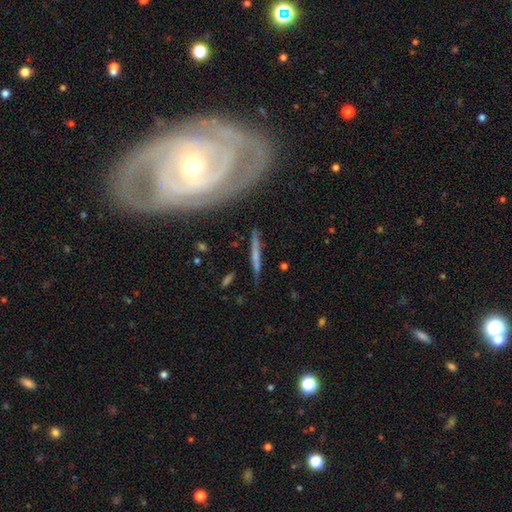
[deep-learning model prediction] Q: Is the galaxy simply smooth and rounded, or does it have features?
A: featured or disk — 51%.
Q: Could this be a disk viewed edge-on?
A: yes — 86%.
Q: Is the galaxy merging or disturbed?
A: none — 81%.